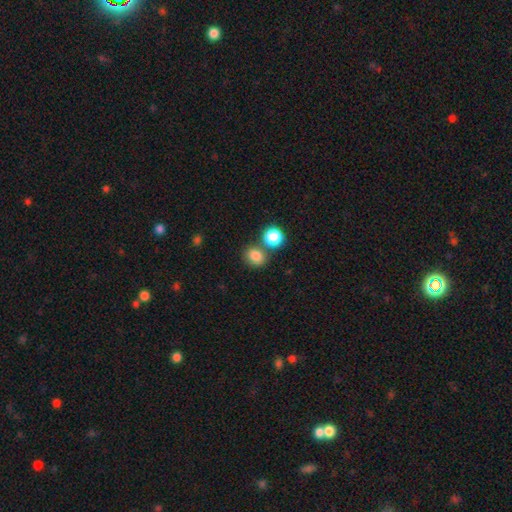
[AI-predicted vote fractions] Morphology: type=smooth (82%); roundness=round (62%); merging=none (64%).